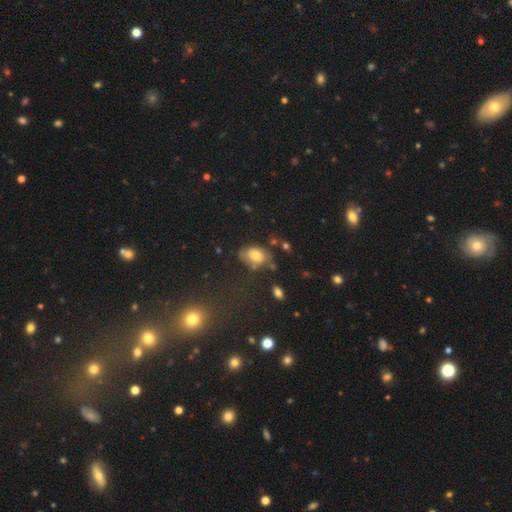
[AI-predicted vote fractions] Q: Smooth or featured?
A: smooth (57%); runner-up: featured or disk (32%)
Q: How rounded?
A: in between (76%); runner-up: round (22%)
Q: Merging?
A: none (54%); runner-up: minor disturbance (28%)